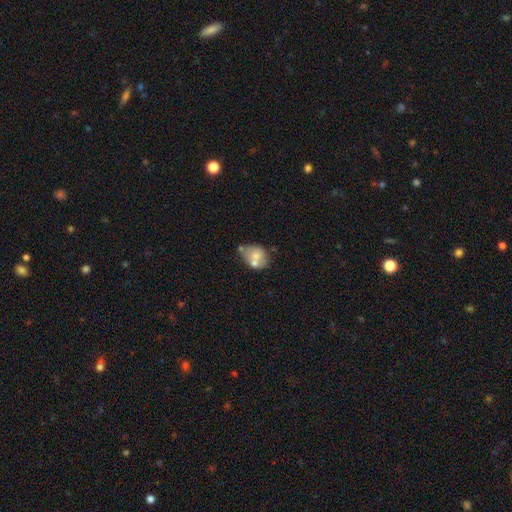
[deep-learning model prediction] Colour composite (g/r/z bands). It shows a smooth galaxy with no disk features (64%) that is in between round and cigar-shaped (59%). Merging: none (39%).